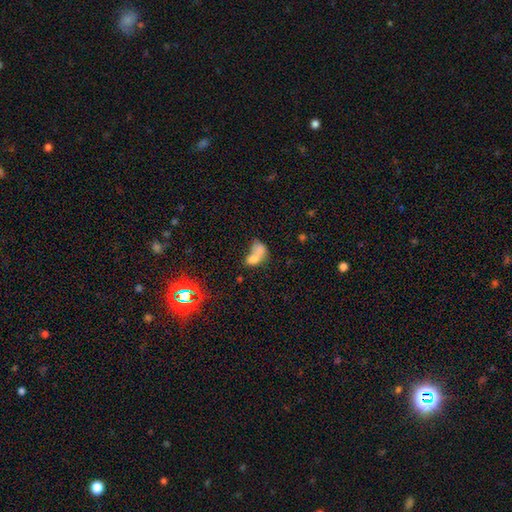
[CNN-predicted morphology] The model was most divided on "smooth or featured": smooth: 68%, featured or disk: 20%, star or artifact: 12%. More confident: how rounded — in between (76%); merging — merger (69%).